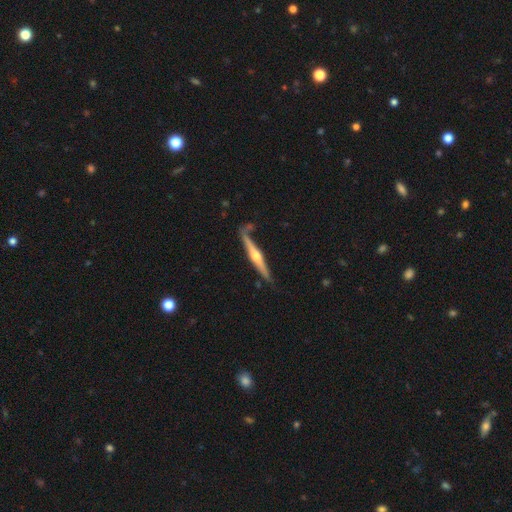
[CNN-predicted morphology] Overall: featured or disk (74%). Edge-on disk: yes (97%). Edge-on bulge: rounded (91%). Merging: none (70%).